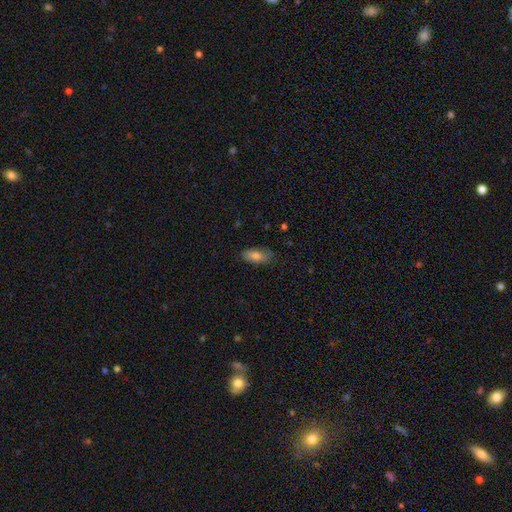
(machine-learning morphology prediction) Smooth or featured? Predicted: smooth (p=0.78). How rounded? Predicted: in between (p=0.87). Merging? Predicted: none (p=0.77).